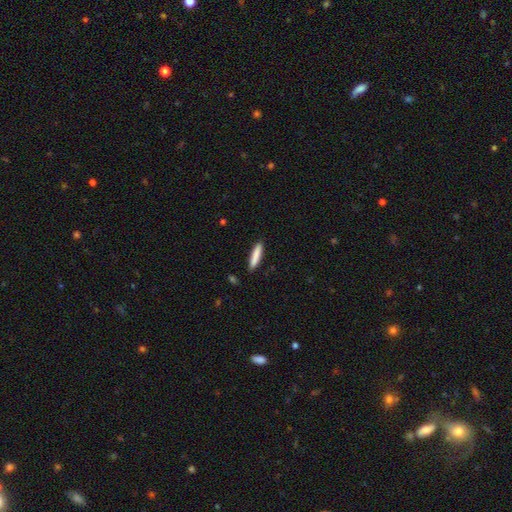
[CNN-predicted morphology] This is clearly a smooth galaxy (85%). How rounded: clearly cigar-shaped (88%). Merging: clearly none (90%).